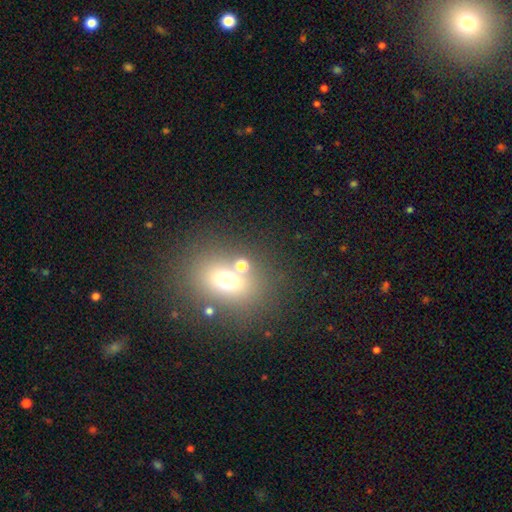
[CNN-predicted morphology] Smooth or featured: smooth — 60% (star or artifact — 24%)
How rounded: in between — 56% (round — 41%)
Merging: none — 65% (merger — 20%)